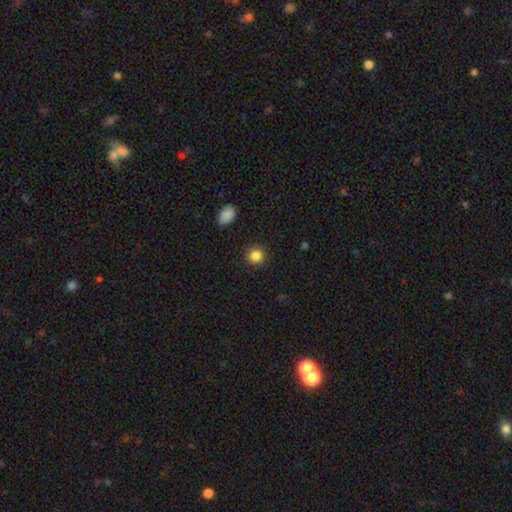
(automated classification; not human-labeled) This is clearly a smooth galaxy (86%). How rounded: clearly round (92%). Merging: clearly none (91%).